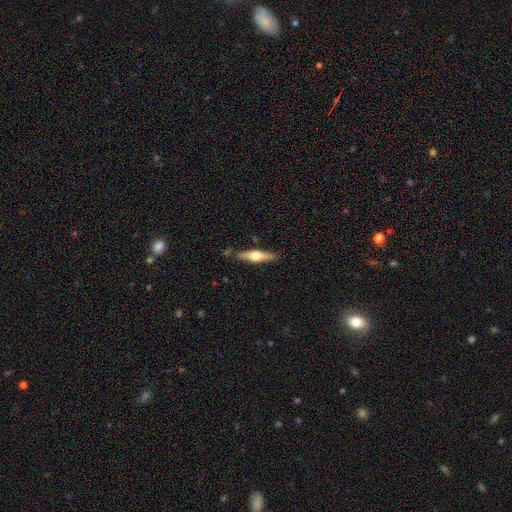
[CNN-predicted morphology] Smooth or featured? featured or disk (60%)
Edge-on disk? yes (95%)
Edge-on bulge? rounded (94%)
Merging? none (84%)